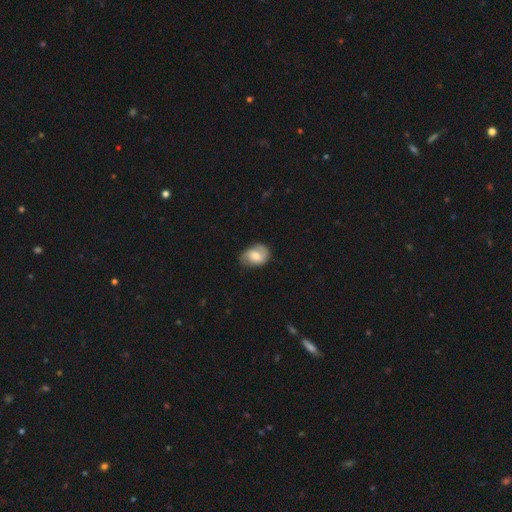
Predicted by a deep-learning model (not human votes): Smooth or featured?
  - featured or disk: 51% *
  - smooth: 42%
  - star or artifact: 7%
Edge-on disk?
  - no: 96% *
  - yes: 4%
Merging?
  - none: 66% *
  - minor disturbance: 25%
  - major disturbance: 8%
  - merger: 1%